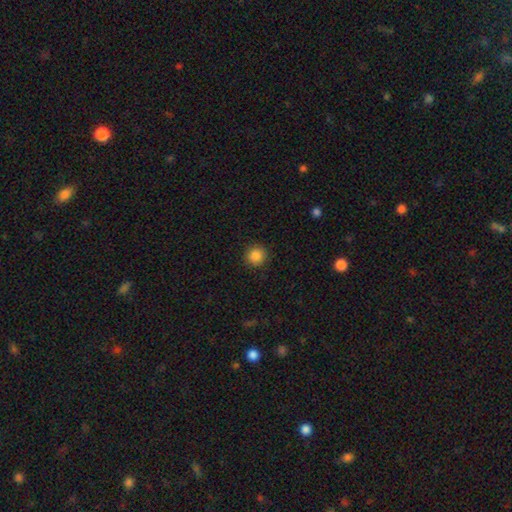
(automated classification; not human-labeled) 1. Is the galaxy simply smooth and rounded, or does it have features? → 85% smooth, 11% star or artifact, 4% featured or disk.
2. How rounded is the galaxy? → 94% round, 5% in between, 1% cigar-shaped.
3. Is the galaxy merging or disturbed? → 91% none, 6% minor disturbance, 2% major disturbance, 1% merger.